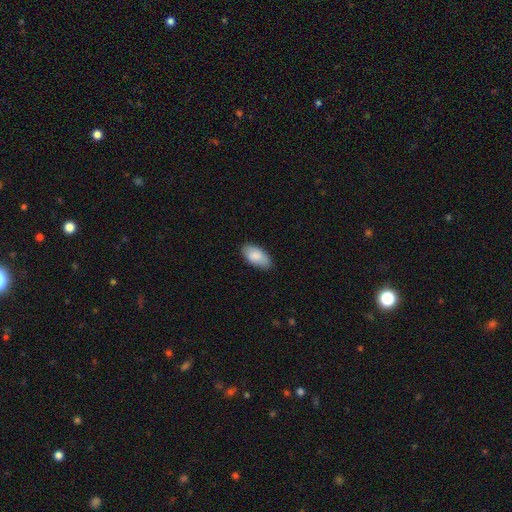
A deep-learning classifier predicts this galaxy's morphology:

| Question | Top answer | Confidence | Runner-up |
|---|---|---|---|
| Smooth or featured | smooth | 86% | featured or disk (8%) |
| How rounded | in between | 95% | cigar-shaped (3%) |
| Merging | none | 83% | minor disturbance (14%) |